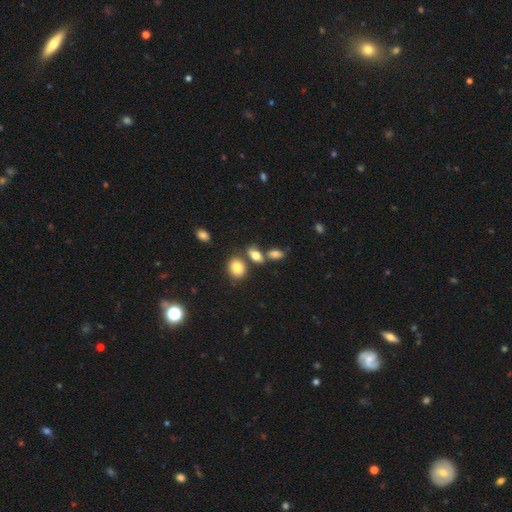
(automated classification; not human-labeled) Smooth or featured: smooth — 80% (star or artifact — 10%)
How rounded: in between — 76% (round — 20%)
Merging: none — 57% (merger — 24%)